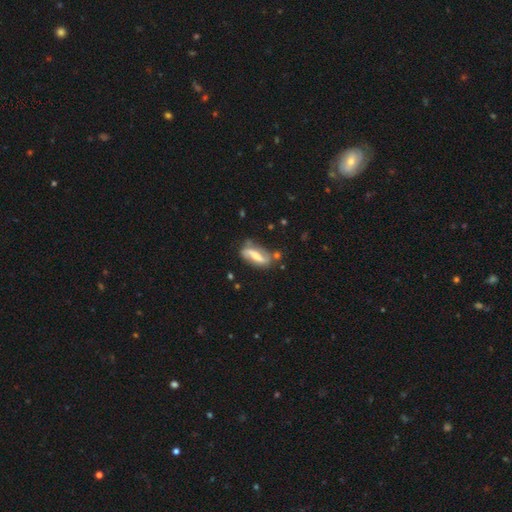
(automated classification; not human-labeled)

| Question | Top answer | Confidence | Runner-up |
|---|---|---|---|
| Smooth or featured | featured or disk | 67% | smooth (26%) |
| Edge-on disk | no | 85% | yes (15%) |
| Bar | strong | 50% | weak (30%) |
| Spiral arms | yes | 86% | no (14%) |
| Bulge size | moderate | 46% | small (36%) |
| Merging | none | 65% | minor disturbance (22%) |